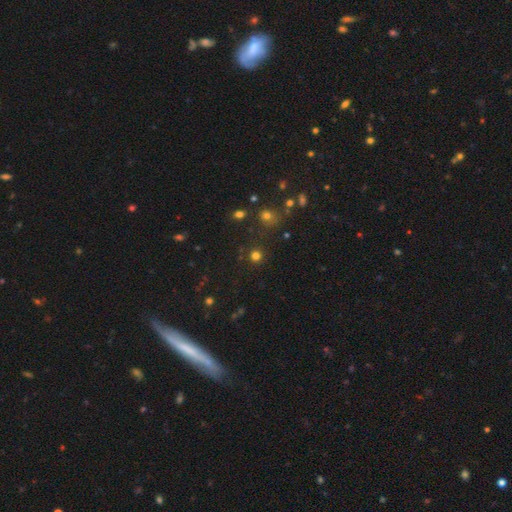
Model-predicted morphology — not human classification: A smooth galaxy with no disk features (74%) that is round (94%). Merging: none (88%).